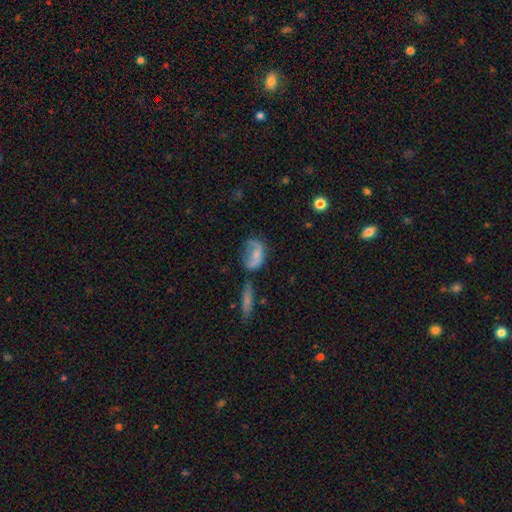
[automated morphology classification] Overall: smooth (56%; featured or disk 34%). How rounded: in between (81%). Merging: major disturbance (35%; none 28%).